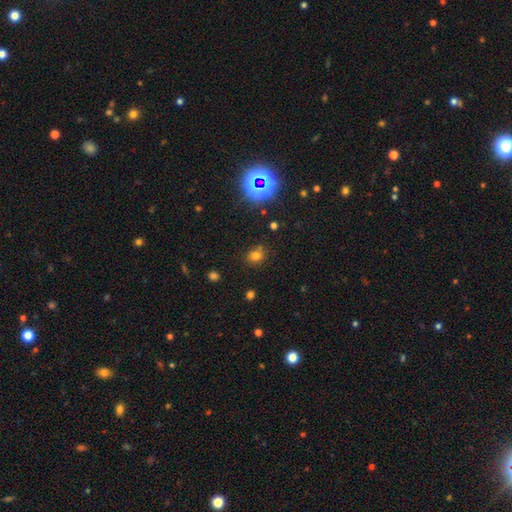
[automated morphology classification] type=smooth (70%); roundness=round (71%); merging=none (77%).